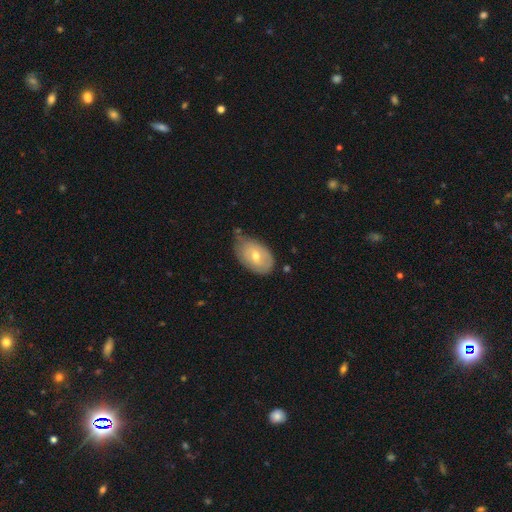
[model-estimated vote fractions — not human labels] smooth_or_featured: smooth (p=0.60) [alt: featured or disk p=0.32]
how_rounded: in between (p=0.89) [alt: round p=0.10]
merging: none (p=0.54) [alt: minor disturbance p=0.35]